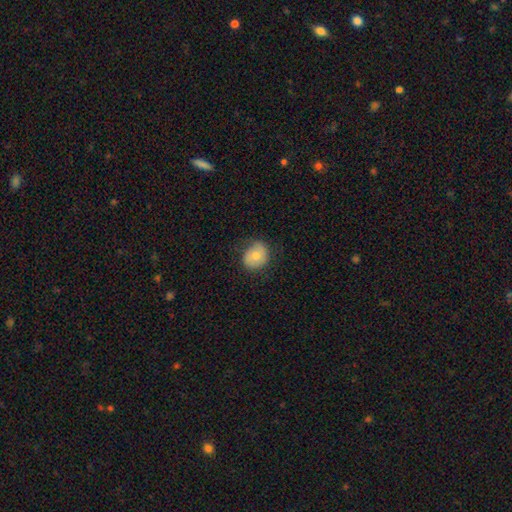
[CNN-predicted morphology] Q: Smooth or featured?
A: smooth (72%); runner-up: featured or disk (20%)
Q: How rounded?
A: round (64%); runner-up: in between (35%)
Q: Merging?
A: none (74%); runner-up: minor disturbance (19%)